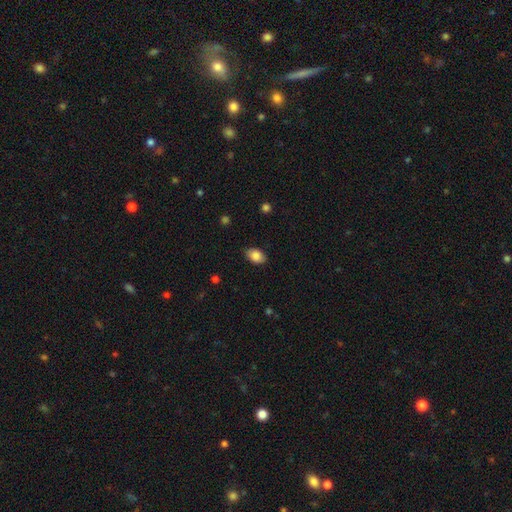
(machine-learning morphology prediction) A smooth galaxy with no disk features (85%) that is in between round and cigar-shaped (88%).

Vote fractions:
- Smooth or featured? smooth: 85% / star or artifact: 7% / featured or disk: 7%
- How rounded? in between: 88% / round: 11% / cigar-shaped: 1%
- Merging? none: 84% / minor disturbance: 12% / major disturbance: 2% / merger: 1%